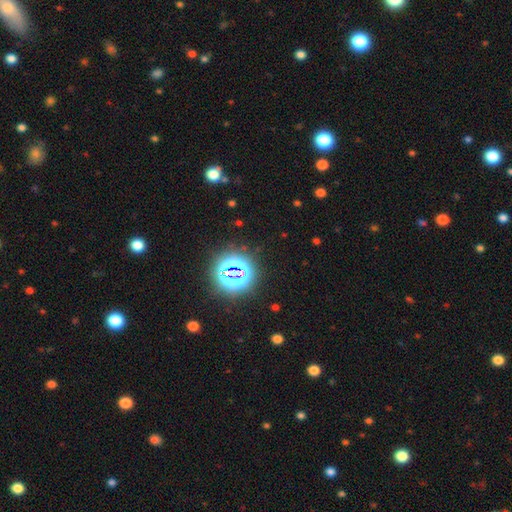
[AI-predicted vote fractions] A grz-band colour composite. It shows a star or artifact, not a galaxy (83%).